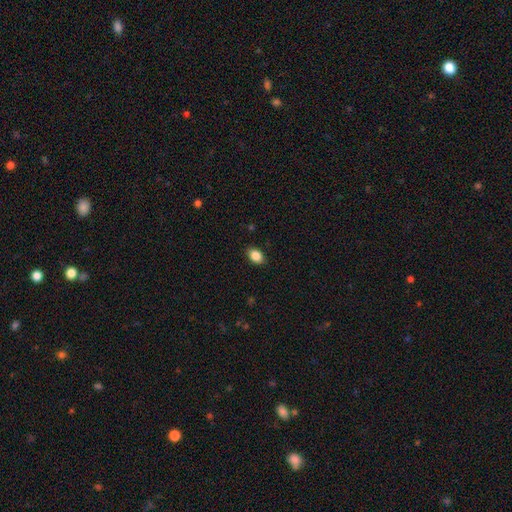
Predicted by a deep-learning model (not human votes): Smooth or featured? Predicted: smooth (p=0.87). How rounded? Predicted: in between (p=0.78). Merging? Predicted: none (p=0.87).